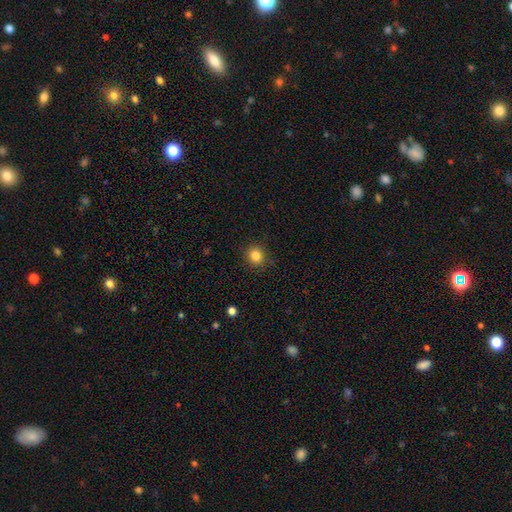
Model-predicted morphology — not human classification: smooth 84%, star or artifact 11%, featured or disk 5%. Down the decision tree: how rounded — round (88%); merging — none (89%).